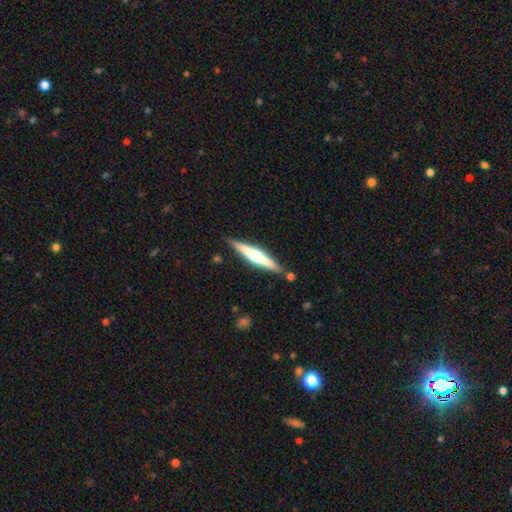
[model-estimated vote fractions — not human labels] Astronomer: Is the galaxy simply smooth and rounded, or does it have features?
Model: featured or disk — 71%.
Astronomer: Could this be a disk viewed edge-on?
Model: yes — 98%.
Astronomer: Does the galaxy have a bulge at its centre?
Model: rounded — 89%.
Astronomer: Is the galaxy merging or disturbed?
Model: none — 84%.